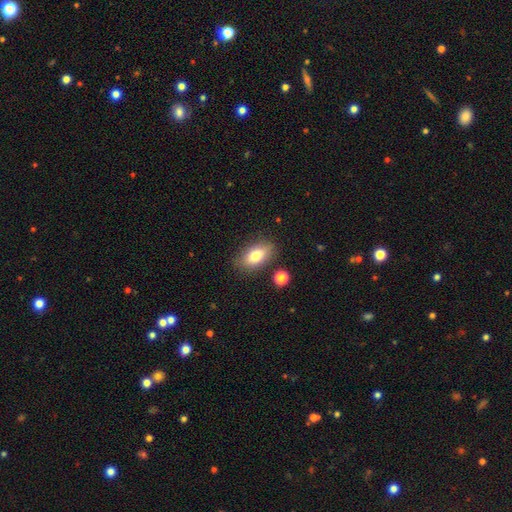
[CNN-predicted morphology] The model was most divided on "smooth or featured": smooth: 76%, featured or disk: 16%, star or artifact: 8%. More confident: how rounded — in between (86%); merging — none (81%).